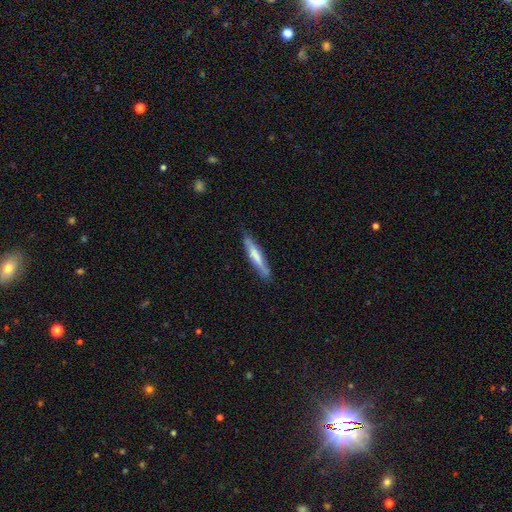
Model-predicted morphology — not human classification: Smooth or featured: smooth — 60% (featured or disk — 34%)
How rounded: cigar-shaped — 89% (in between — 9%)
Merging: none — 81% (minor disturbance — 15%)